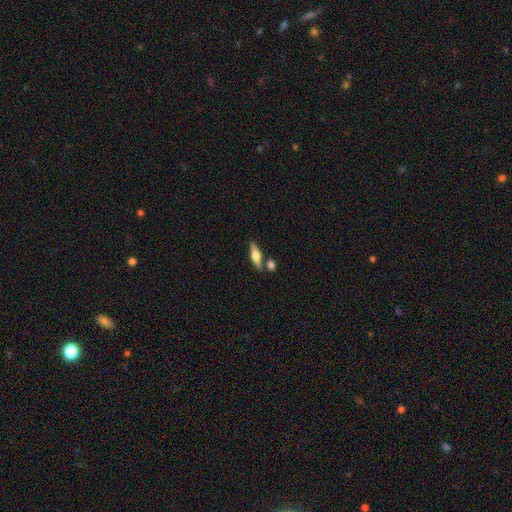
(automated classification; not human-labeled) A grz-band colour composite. It shows a featured or disk galaxy (53%) viewed edge-on (94%) with a rounded central bulge (91%). Merging: none (76%).